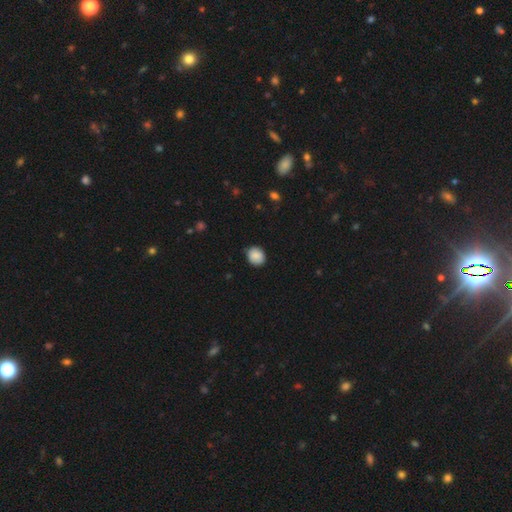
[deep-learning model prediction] smooth 88%, star or artifact 8%, featured or disk 5%. Down the decision tree: how rounded — round (73%); merging — none (84%).